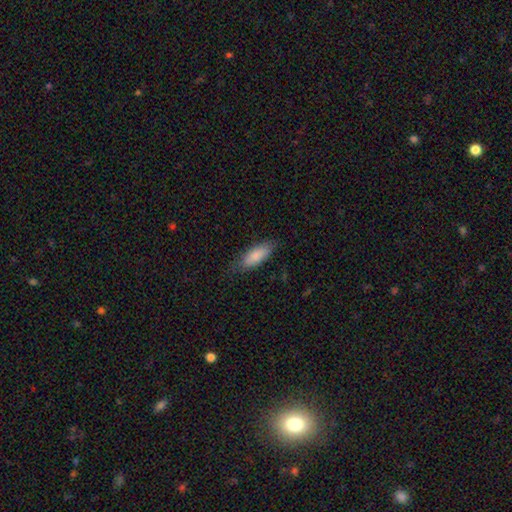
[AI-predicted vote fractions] The model was most divided on "how rounded": in between: 72%, cigar-shaped: 26%, round: 2%. More confident: smooth or featured — smooth (85%); merging — none (76%).